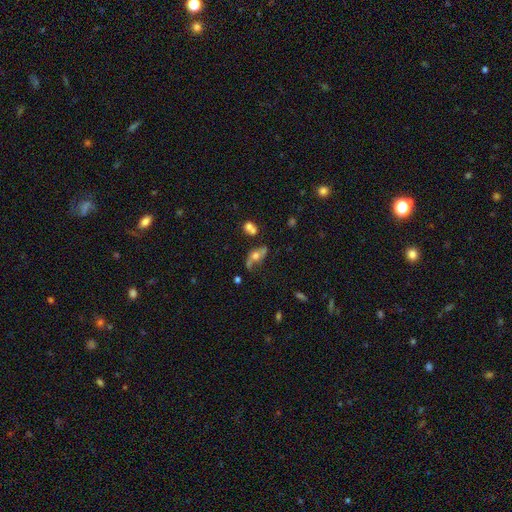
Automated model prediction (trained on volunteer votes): This is marginally a featured or disk galaxy (44%). Merging: marginally none (40%).